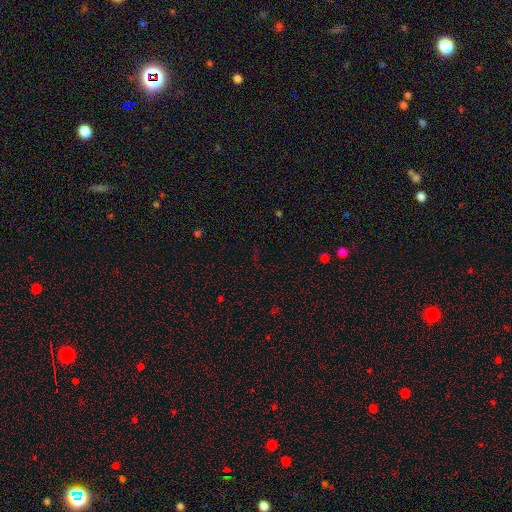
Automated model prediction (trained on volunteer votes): This is likely a star or artifact rather than a galaxy (66%).